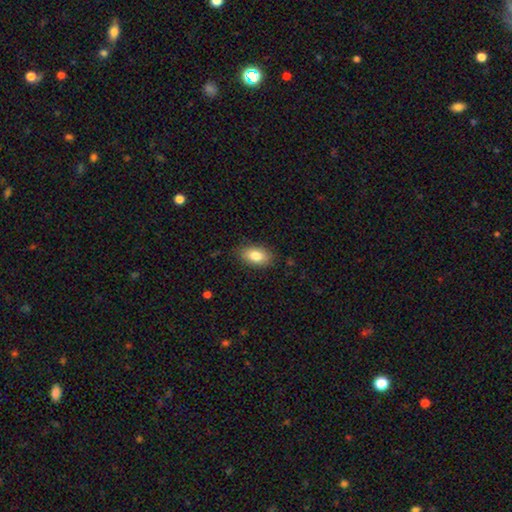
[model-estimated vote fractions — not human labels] Smooth or featured? smooth (82%)
How rounded? in between (91%)
Merging? none (84%)